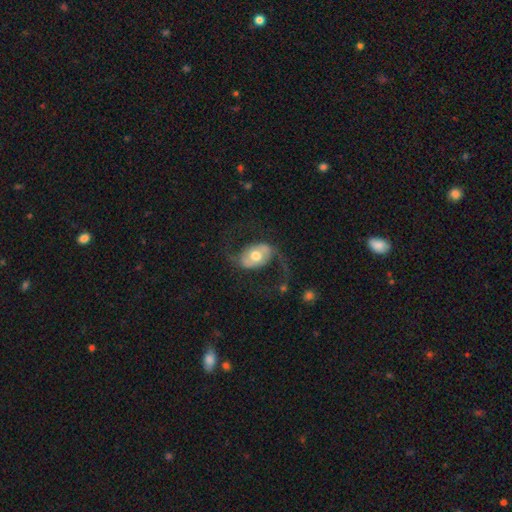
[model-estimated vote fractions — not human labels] The model was most divided on "bar": no: 48%, weak: 33%, strong: 19%. More confident: edge-on disk — no (96%); spiral arm count — 2 (91%); spiral arms — yes (86%); smooth or featured — featured or disk (75%); spiral winding — loose (71%); bulge size — moderate (69%); merging — none (60%).